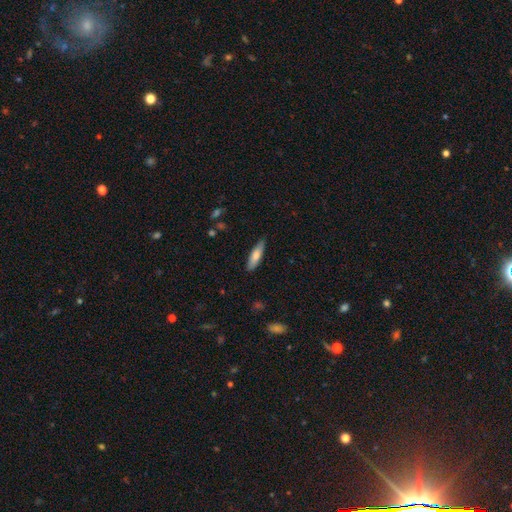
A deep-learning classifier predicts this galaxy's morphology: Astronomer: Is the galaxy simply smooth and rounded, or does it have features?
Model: smooth — 70%.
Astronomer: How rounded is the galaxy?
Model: cigar-shaped — 65%.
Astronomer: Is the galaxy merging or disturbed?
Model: none — 84%.